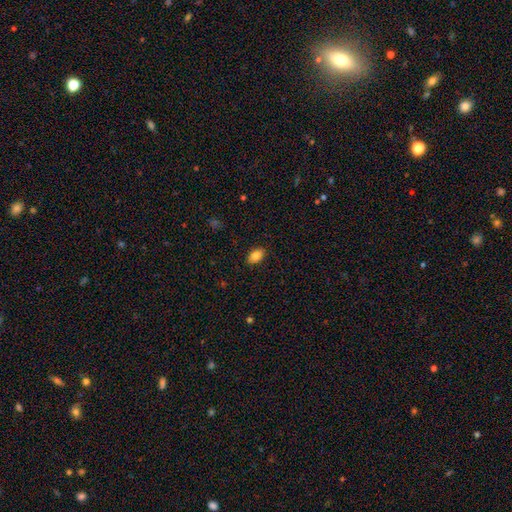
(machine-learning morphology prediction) A smooth galaxy with no disk features (84%) that is in between round and cigar-shaped (91%).

Vote fractions:
- Smooth or featured? smooth: 84% / featured or disk: 8% / star or artifact: 8%
- How rounded? in between: 91% / round: 8% / cigar-shaped: 2%
- Merging? none: 89% / minor disturbance: 8% / major disturbance: 2% / merger: 1%